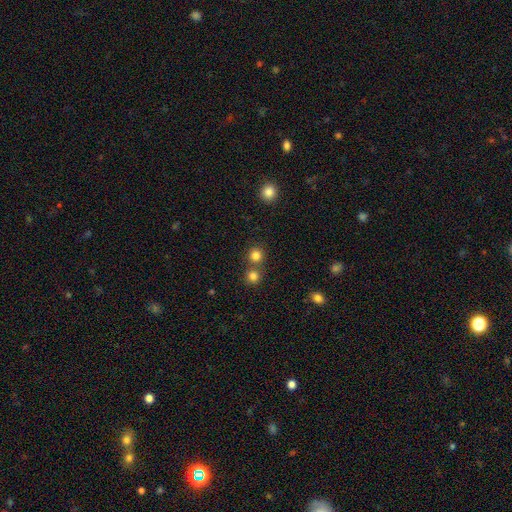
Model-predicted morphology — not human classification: smooth 81%, star or artifact 14%, featured or disk 5%. Down the decision tree: how rounded — round (92%); merging — none (68%).